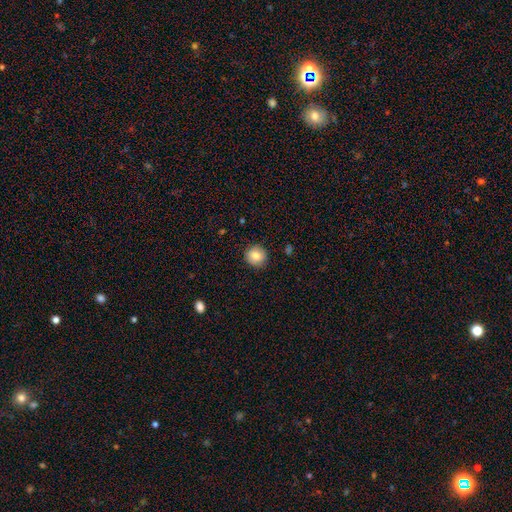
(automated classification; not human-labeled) Smooth or featured?
  - smooth: 82% *
  - featured or disk: 9%
  - star or artifact: 9%
How rounded?
  - round: 93% *
  - in between: 6%
  - cigar-shaped: 1%
Merging?
  - none: 90% *
  - minor disturbance: 7%
  - major disturbance: 2%
  - merger: 1%